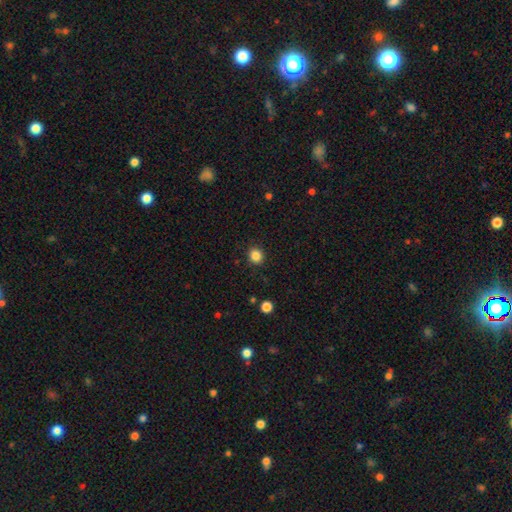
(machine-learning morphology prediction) A smooth galaxy with no disk features (85%) that is round (82%).

Vote fractions:
- Smooth or featured? smooth: 85% / star or artifact: 11% / featured or disk: 4%
- How rounded? round: 82% / in between: 17% / cigar-shaped: 1%
- Merging? none: 90% / minor disturbance: 7% / major disturbance: 2% / merger: 1%